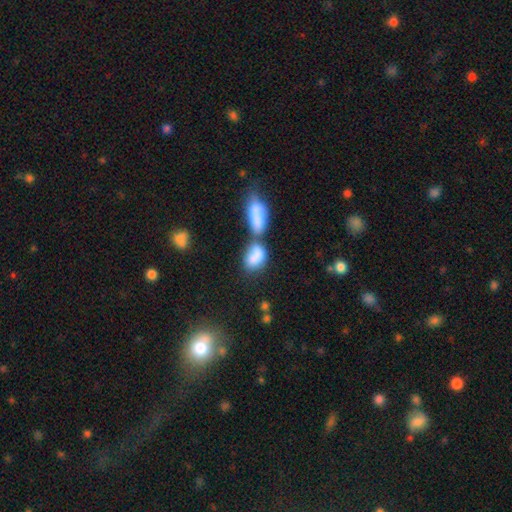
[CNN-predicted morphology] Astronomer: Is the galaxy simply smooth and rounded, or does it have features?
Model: smooth — 81%.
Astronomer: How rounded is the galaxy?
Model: in between — 84%.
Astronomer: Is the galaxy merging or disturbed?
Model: merger — 62%.